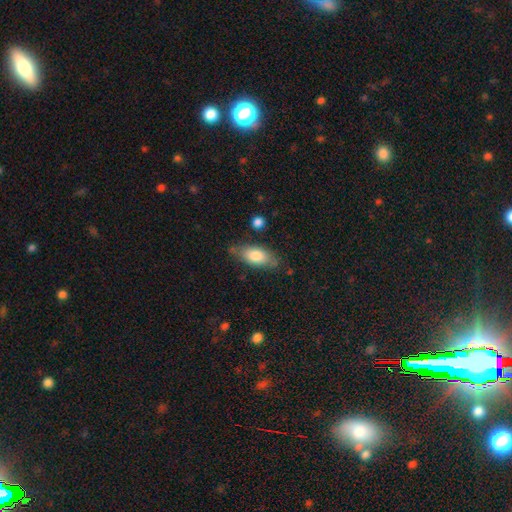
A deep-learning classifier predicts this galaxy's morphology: A smooth galaxy with no disk features (77%) that is in between round and cigar-shaped (85%). Merging: none (71%).